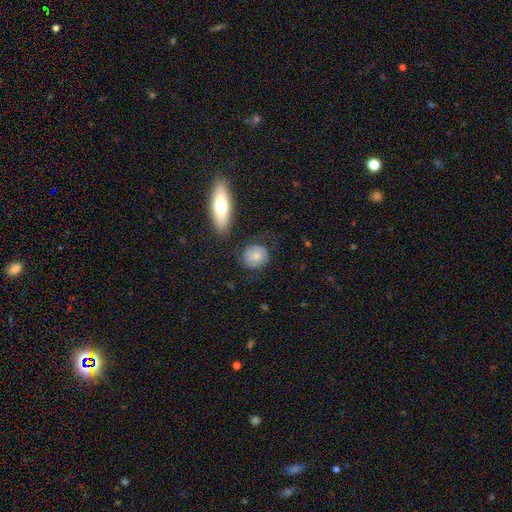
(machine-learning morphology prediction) This appears to be a smooth galaxy with no disk features (60%) that is round (75%). Merging: none (75%).